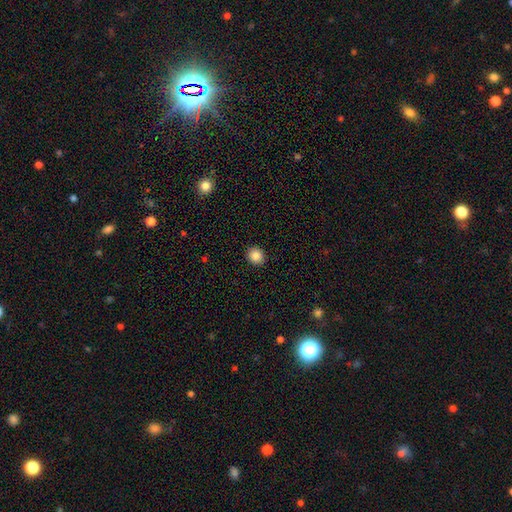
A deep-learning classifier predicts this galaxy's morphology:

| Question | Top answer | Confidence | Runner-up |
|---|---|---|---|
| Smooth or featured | smooth | 86% | star or artifact (10%) |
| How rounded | round | 80% | in between (19%) |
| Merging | none | 91% | minor disturbance (6%) |